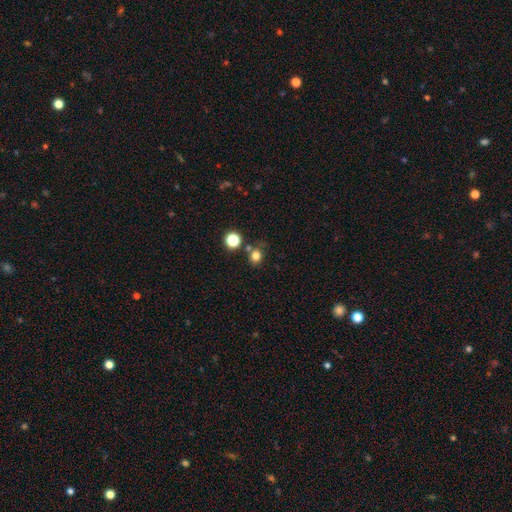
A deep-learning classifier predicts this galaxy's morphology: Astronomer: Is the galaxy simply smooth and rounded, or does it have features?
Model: smooth — 78%.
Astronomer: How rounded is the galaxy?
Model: round — 73%.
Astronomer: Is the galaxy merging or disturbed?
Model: none — 69%.